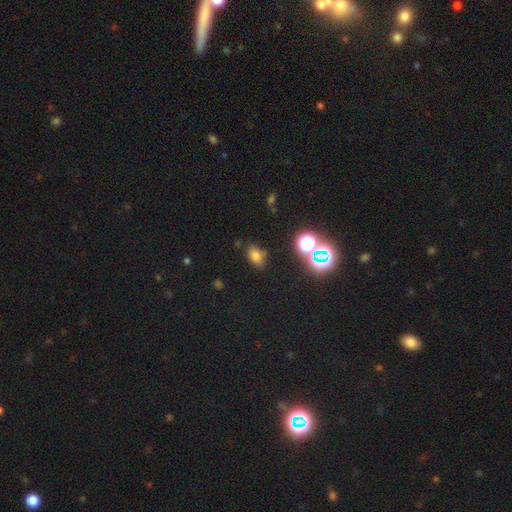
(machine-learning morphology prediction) This is likely a smooth galaxy (69%). How rounded: clearly in between (80%). Merging: likely none (78%).